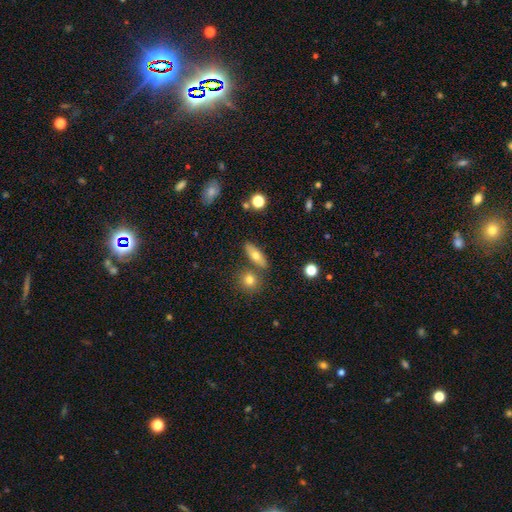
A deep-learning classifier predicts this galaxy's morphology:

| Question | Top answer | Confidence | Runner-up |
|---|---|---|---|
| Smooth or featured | smooth | 65% | featured or disk (27%) |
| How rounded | in between | 56% | cigar-shaped (38%) |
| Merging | none | 75% | merger (12%) |